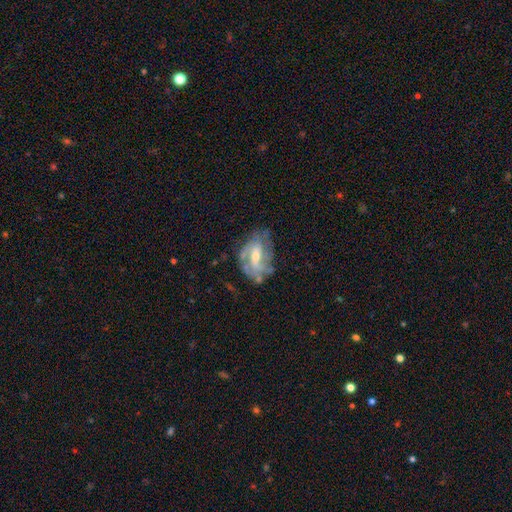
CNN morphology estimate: Overall: featured or disk (73%). Edge-on disk: no (95%). Bar: weak (49%; no 30%). Spiral arms: yes (74%). Spiral arm count: can't tell (39%; 2 35%). Spiral winding: medium (40%; tight 38%). Bulge size: moderate (50%; small 42%). Merging: none (53%; minor disturbance 26%).